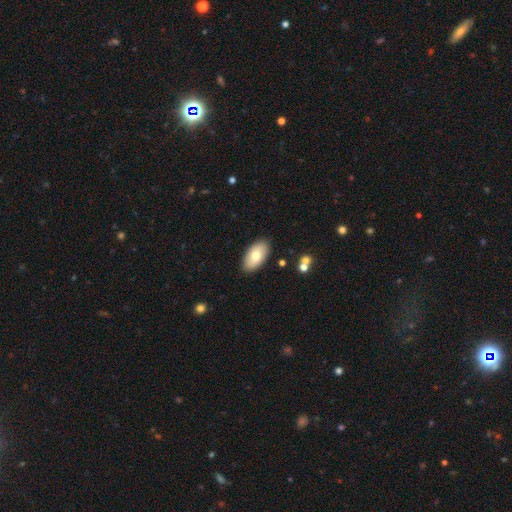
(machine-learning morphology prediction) type=smooth (72%); roundness=in between (94%); merging=none (88%).